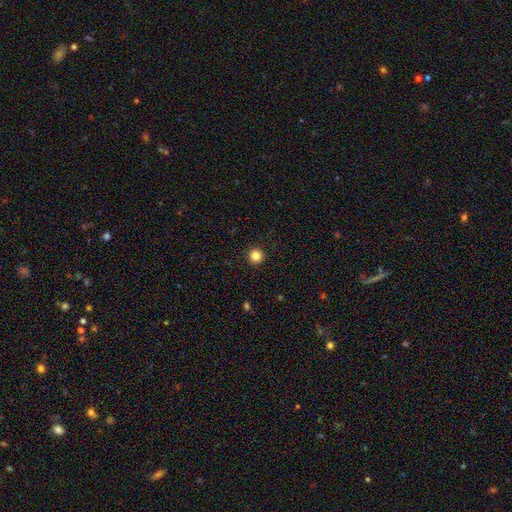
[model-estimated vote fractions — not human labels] Smooth or featured? Predicted: smooth (p=0.84). How rounded? Predicted: round (p=0.96). Merging? Predicted: none (p=0.93).